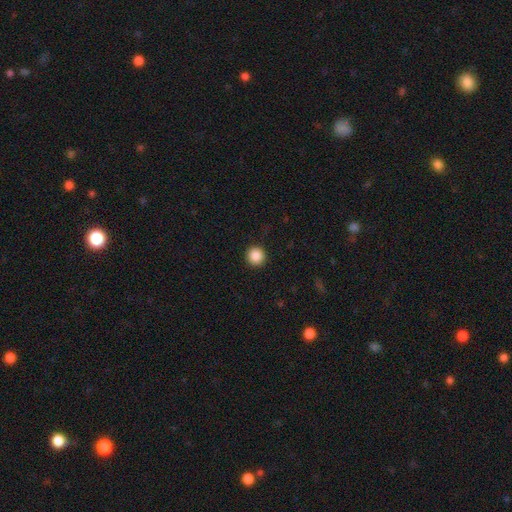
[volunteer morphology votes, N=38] Smooth or featured?
  - smooth: 97% *
  - star or artifact: 3%
  - featured or disk: 0%
How rounded?
  - round: 97% *
  - in between: 3%
  - cigar-shaped: 0%
Merging?
  - none: 95% *
  - major disturbance: 5%
  - minor disturbance: 0%
  - merger: 0%